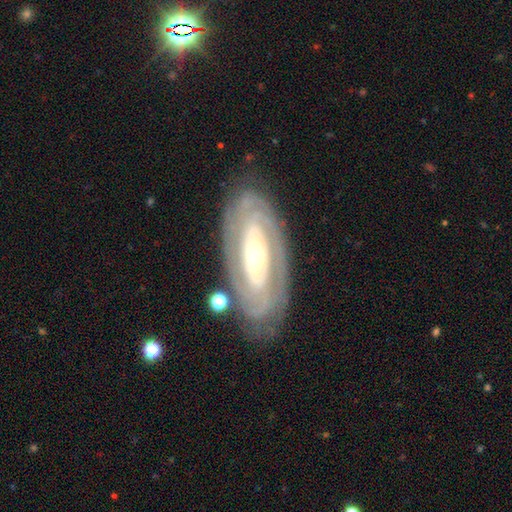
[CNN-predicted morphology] Overall: featured or disk (82%). Edge-on disk: no (90%). Bar: no (54%; weak 25%). Spiral arms: yes (78%). Spiral arm count: can't tell (45%; 2 33%). Spiral winding: tight (77%). Bulge size: small (48%; moderate 46%). Merging: none (81%).